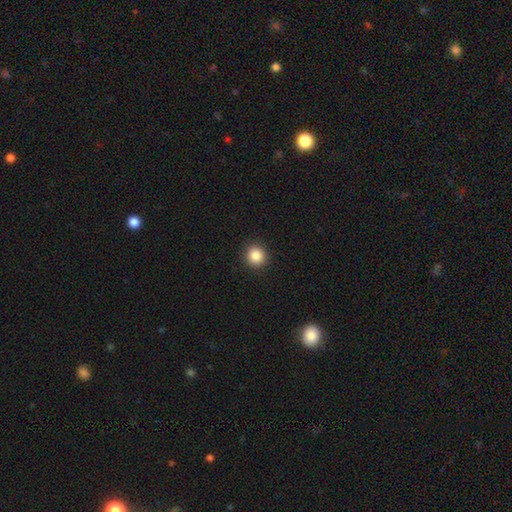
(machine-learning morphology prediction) Smooth or featured? Predicted: smooth (p=0.86). How rounded? Predicted: round (p=0.93). Merging? Predicted: none (p=0.93).